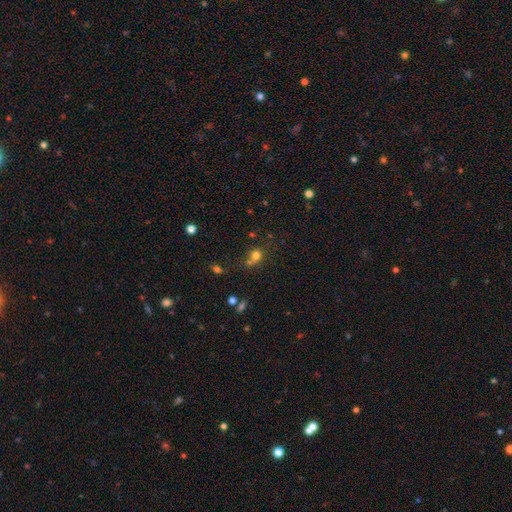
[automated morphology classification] A smooth galaxy with no disk features (72%) that is round (74%). Merging: none (45%).